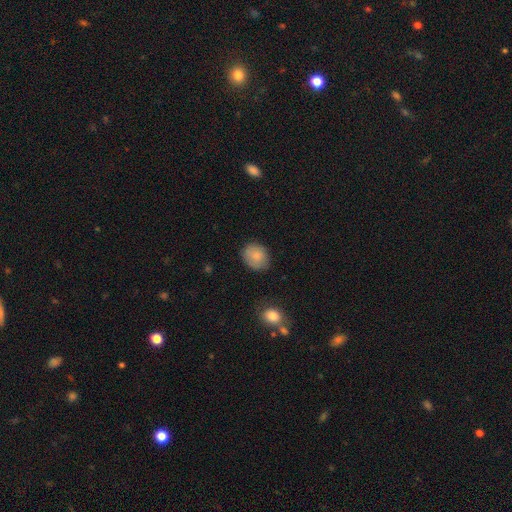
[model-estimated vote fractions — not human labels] Morphology: type=smooth (82%); roundness=round (54%); merging=none (77%).